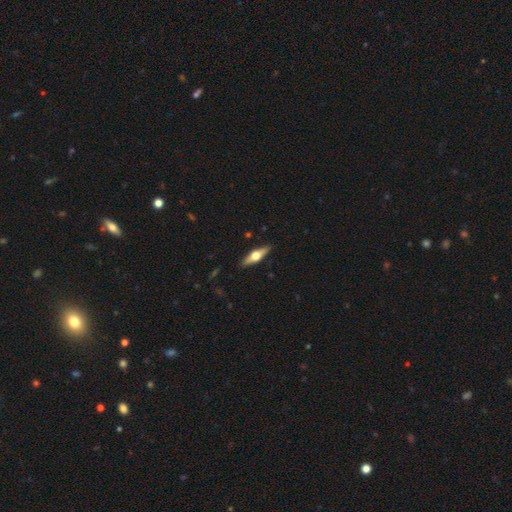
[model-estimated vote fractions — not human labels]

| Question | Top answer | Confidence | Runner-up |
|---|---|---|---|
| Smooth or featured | featured or disk | 61% | smooth (33%) |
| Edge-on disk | yes | 94% | no (6%) |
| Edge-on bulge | rounded | 95% | boxy (3%) |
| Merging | none | 89% | minor disturbance (8%) |